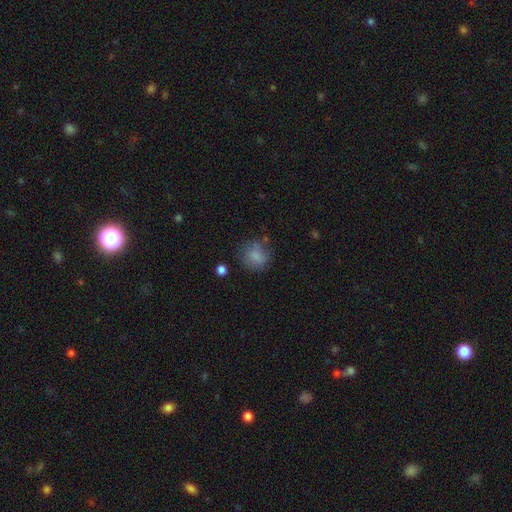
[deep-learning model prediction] Smooth or featured? Predicted: smooth (p=0.80). How rounded? Predicted: round (p=0.81). Merging? Predicted: none (p=0.68).